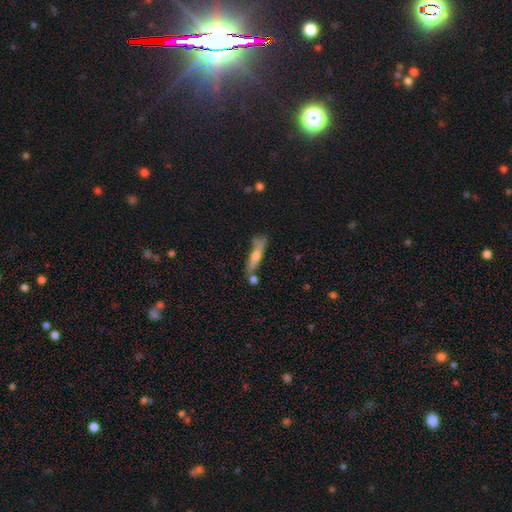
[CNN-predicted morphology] Smooth or featured? Predicted: featured or disk (p=0.49). Merging? Predicted: none (p=0.71).